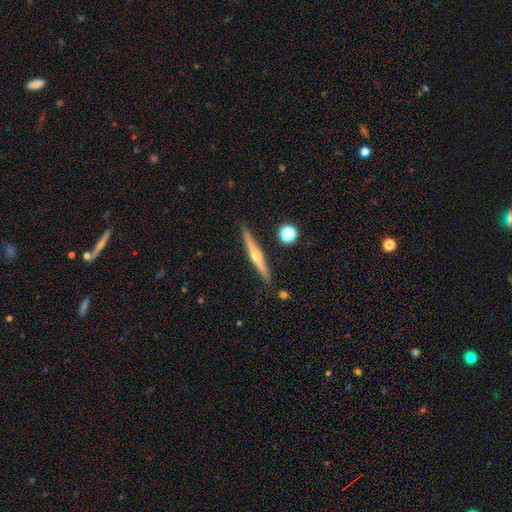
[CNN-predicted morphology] smooth-or-featured: featured or disk: 71% | smooth: 23% | star or artifact: 6%
  disk-edge-on: yes: 98% | no: 2%
    edge-on-bulge: rounded: 83% | none: 13% | boxy: 4%
  merging: none: 89% | minor disturbance: 7% | merger: 2% | major disturbance: 1%